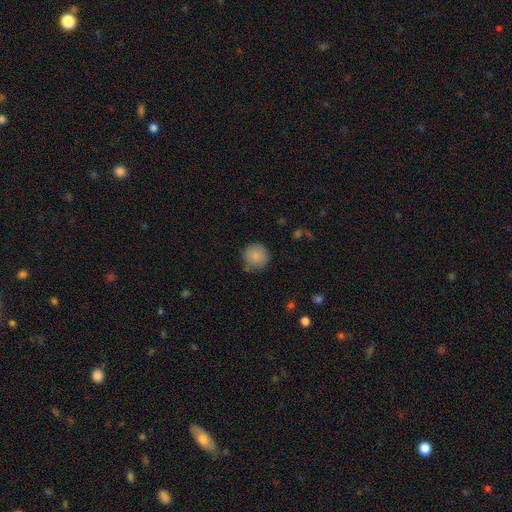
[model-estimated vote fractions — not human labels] smooth 86%, star or artifact 8%, featured or disk 5%. Down the decision tree: how rounded — round (94%); merging — none (81%).